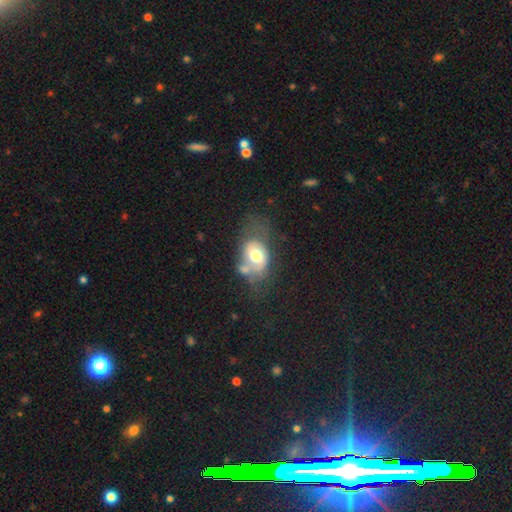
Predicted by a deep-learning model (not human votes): Overall: smooth (50%; featured or disk 42%). Merging: none (30%; major disturbance 27%).